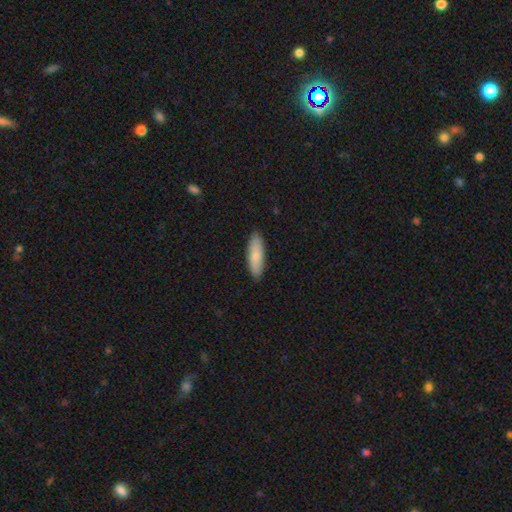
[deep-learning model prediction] smooth-or-featured: smooth: 83% | featured or disk: 12% | star or artifact: 5%
  how-rounded: in between: 54% | cigar-shaped: 44% | round: 2%
  merging: none: 89% | minor disturbance: 9% | major disturbance: 2% | merger: 1%